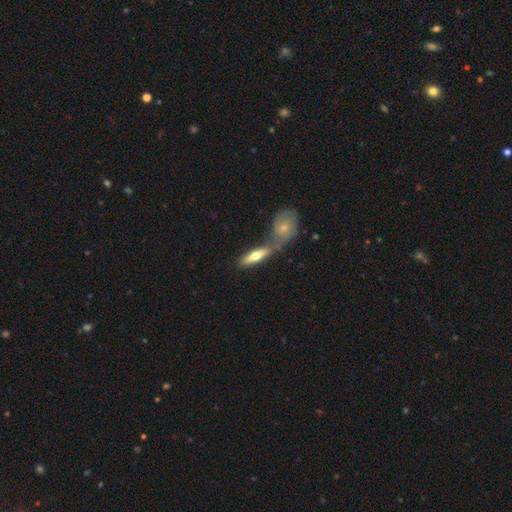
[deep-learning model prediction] Overall: smooth (54%; featured or disk 40%). How rounded: cigar-shaped (53%; in between 44%). Merging: none (45%; merger 41%).